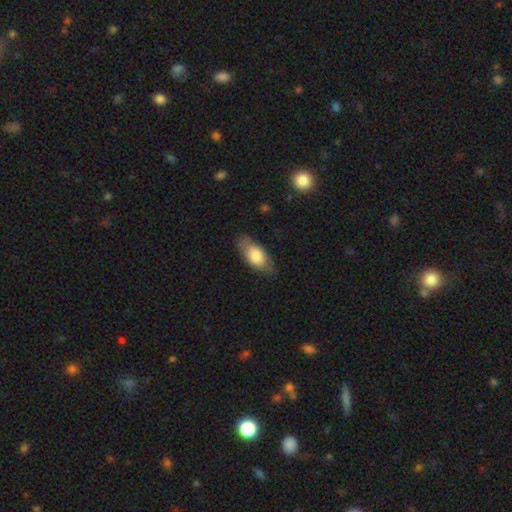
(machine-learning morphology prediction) Overall: smooth (74%). How rounded: in between (88%). Merging: none (77%).